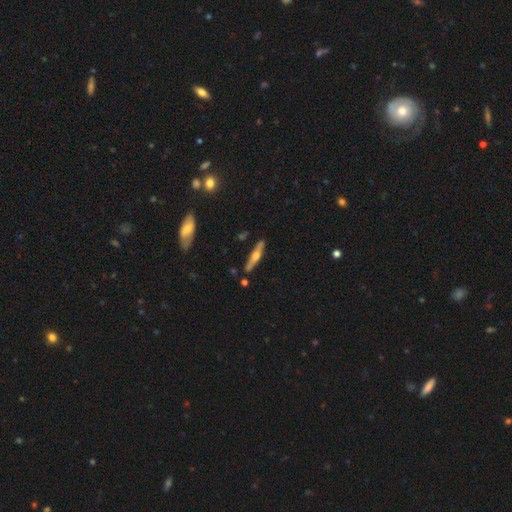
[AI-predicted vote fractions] The model was most divided on "smooth or featured": featured or disk: 60%, smooth: 34%, star or artifact: 6%. More confident: edge-on disk — yes (94%); edge-on bulge — rounded (90%); merging — none (84%).